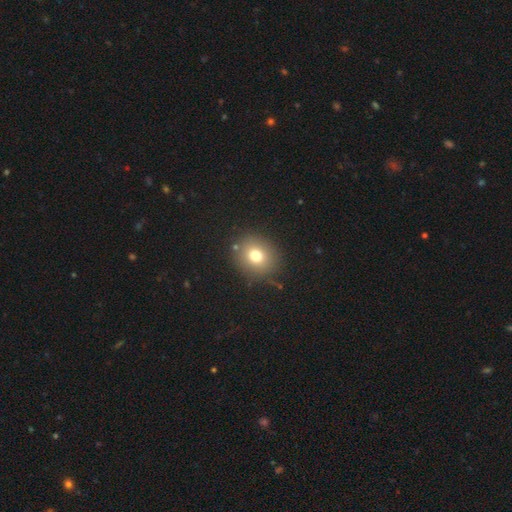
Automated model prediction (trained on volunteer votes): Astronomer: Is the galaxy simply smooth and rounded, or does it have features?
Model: smooth — 75%.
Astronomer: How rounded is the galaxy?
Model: round — 77%.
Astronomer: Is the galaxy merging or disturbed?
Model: none — 86%.